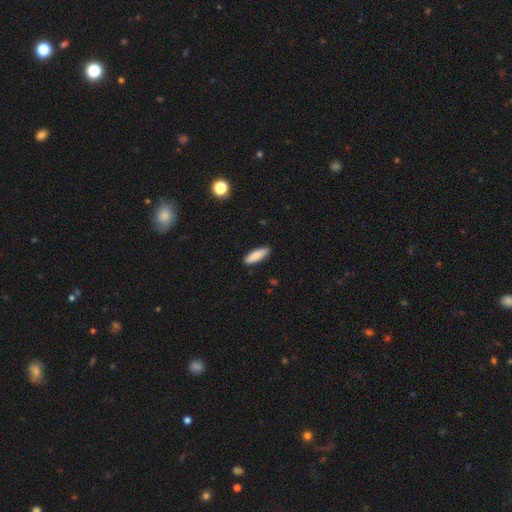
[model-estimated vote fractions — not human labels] A smooth galaxy with no disk features (87%) that is in between round and cigar-shaped (54%). Merging: none (87%).